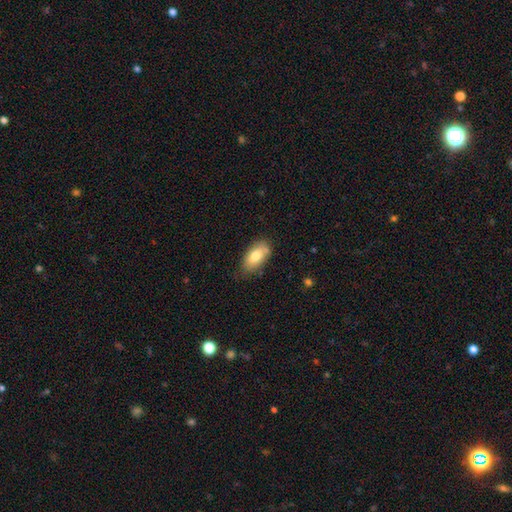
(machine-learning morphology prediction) The model was most divided on "merging": none: 69%, minor disturbance: 23%, major disturbance: 4%, merger: 4%. More confident: how rounded — in between (91%); smooth or featured — smooth (76%).